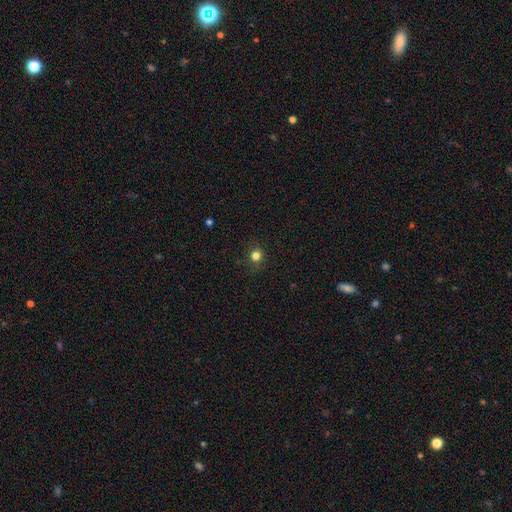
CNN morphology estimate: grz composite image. It shows a smooth galaxy with no disk features (78%) that is round (89%). Merging: none (87%).